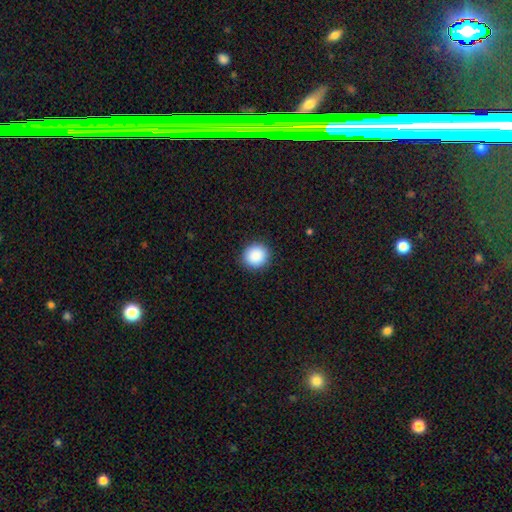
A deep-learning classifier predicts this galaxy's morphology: Smooth or featured: smooth — 89% (star or artifact — 8%)
How rounded: round — 90% (in between — 9%)
Merging: none — 91% (minor disturbance — 6%)